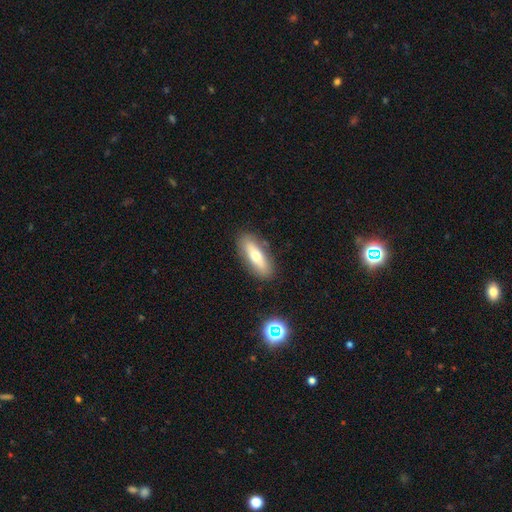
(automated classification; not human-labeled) This appears to be a smooth galaxy with no disk features (61%) that is in between round and cigar-shaped (59%). Merging: none (85%).